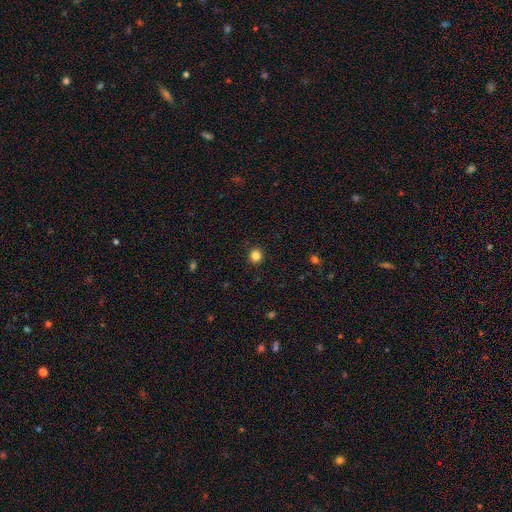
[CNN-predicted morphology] Smooth or featured: smooth — 84% (star or artifact — 12%)
How rounded: round — 90% (in between — 9%)
Merging: none — 91% (minor disturbance — 6%)